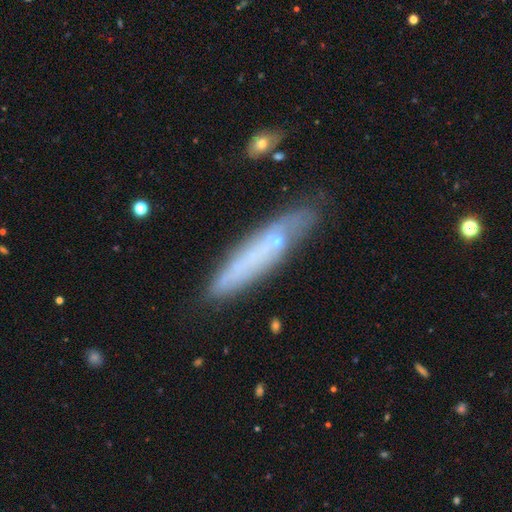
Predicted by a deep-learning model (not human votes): This is possibly a smooth galaxy (48%). Merging: likely none (80%).